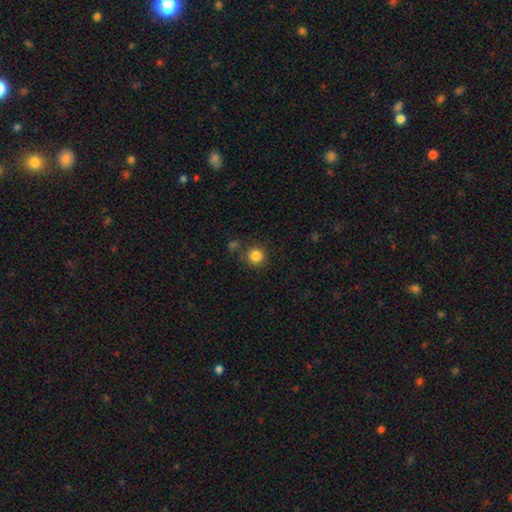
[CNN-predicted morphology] smooth_or_featured: smooth (p=0.84) [alt: star or artifact p=0.11]
how_rounded: round (p=0.94) [alt: in between p=0.05]
merging: none (p=0.80) [alt: minor disturbance p=0.10]